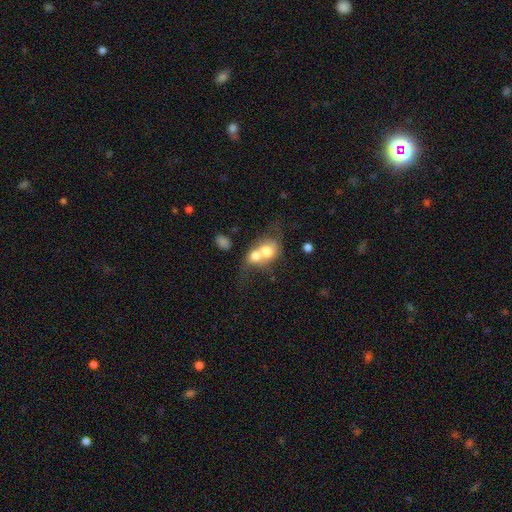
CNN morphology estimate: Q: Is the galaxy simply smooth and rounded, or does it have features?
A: smooth — 65%.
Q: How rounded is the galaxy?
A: round — 54%.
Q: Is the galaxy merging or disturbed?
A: merger — 75%.